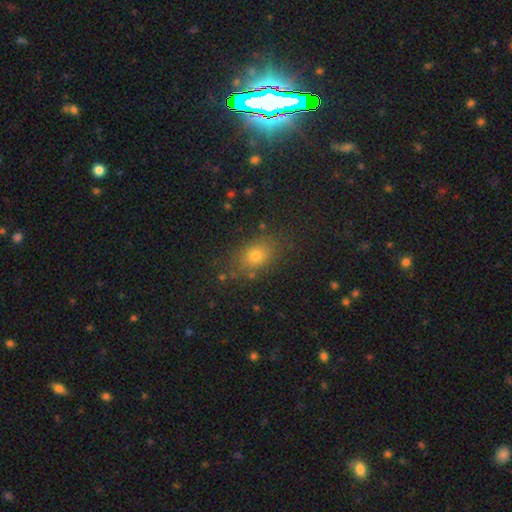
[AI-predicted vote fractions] smooth_or_featured: smooth (p=0.73) [alt: star or artifact p=0.17]
how_rounded: in between (p=0.64) [alt: round p=0.34]
merging: none (p=0.80) [alt: minor disturbance p=0.13]